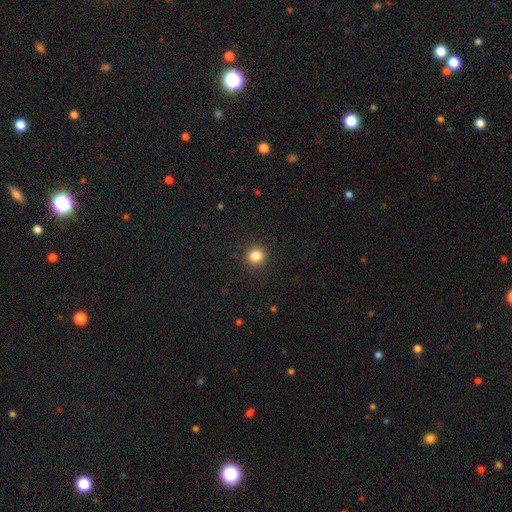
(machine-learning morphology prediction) This is clearly a smooth galaxy (85%). How rounded: clearly round (89%). Merging: clearly none (91%).